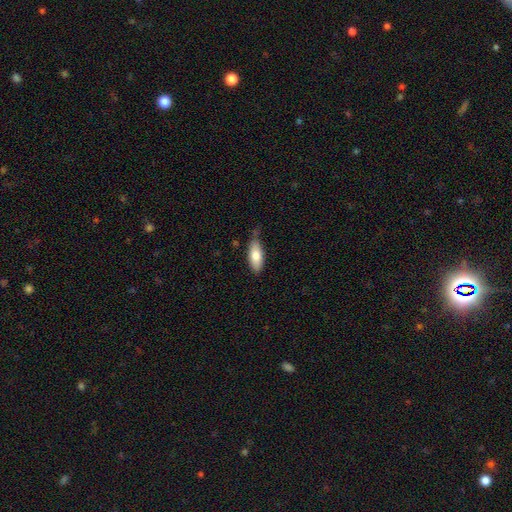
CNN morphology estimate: Overall: smooth (78%). How rounded: in between (78%). Merging: none (69%).